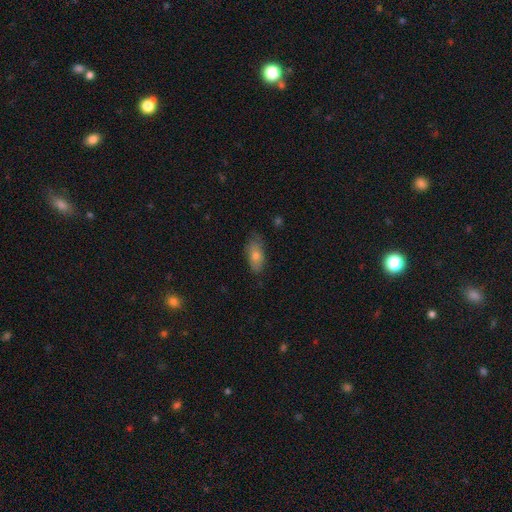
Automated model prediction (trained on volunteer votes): Smooth or featured?
  - smooth: 67% *
  - featured or disk: 24%
  - star or artifact: 8%
How rounded?
  - in between: 82% *
  - cigar-shaped: 14%
  - round: 4%
Merging?
  - none: 74% *
  - minor disturbance: 21%
  - major disturbance: 4%
  - merger: 1%